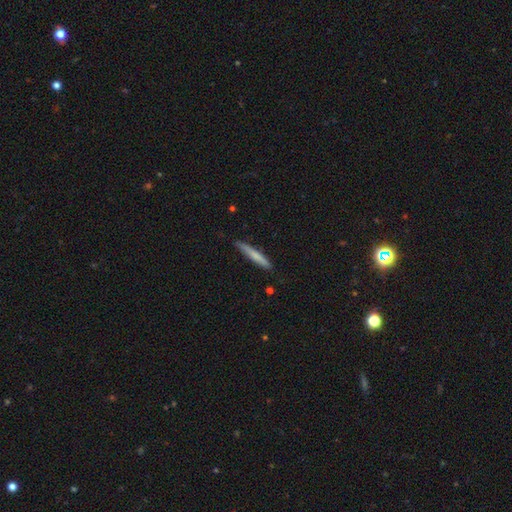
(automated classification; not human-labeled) Smooth or featured? Predicted: smooth (p=0.69). How rounded? Predicted: cigar-shaped (p=0.95). Merging? Predicted: none (p=0.84).